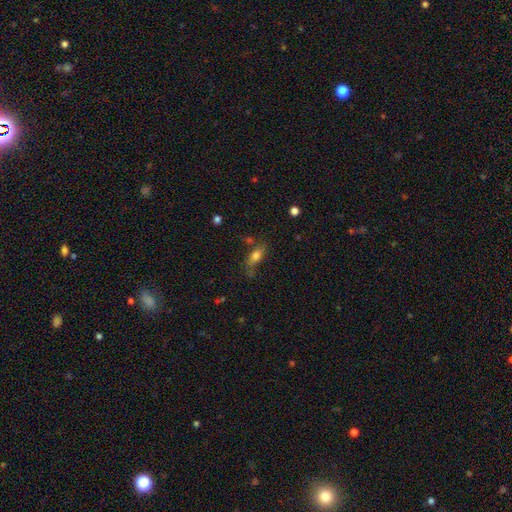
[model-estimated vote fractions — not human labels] Q: Smooth or featured?
A: smooth (72%); runner-up: featured or disk (18%)
Q: How rounded?
A: in between (73%); runner-up: cigar-shaped (22%)
Q: Merging?
A: none (63%); runner-up: minor disturbance (20%)